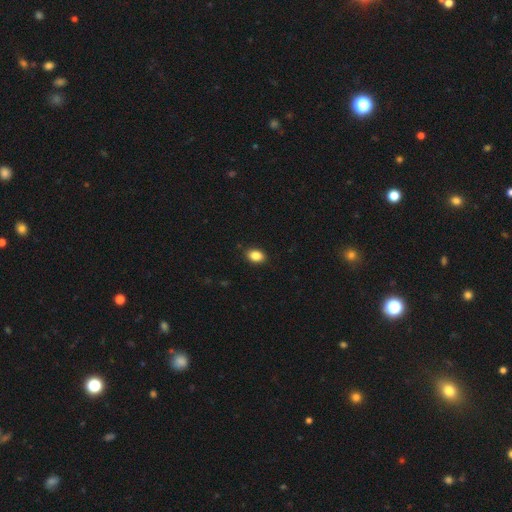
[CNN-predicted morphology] A smooth galaxy with no disk features (86%) that is in between round and cigar-shaped (79%).

Vote fractions:
- Smooth or featured? smooth: 86% / star or artifact: 9% / featured or disk: 5%
- How rounded? in between: 79% / round: 20% / cigar-shaped: 1%
- Merging? none: 89% / minor disturbance: 8% / major disturbance: 2% / merger: 1%